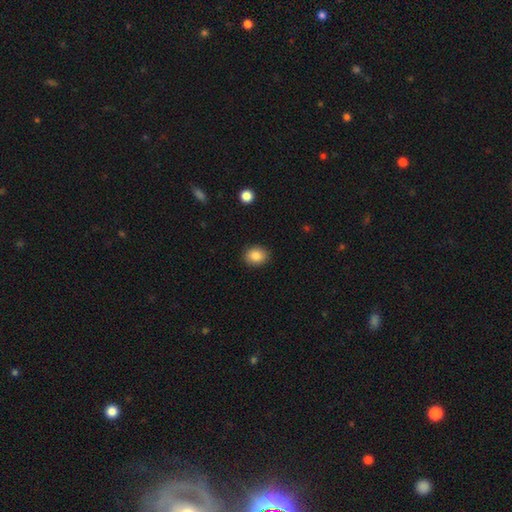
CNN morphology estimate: Overall: smooth (87%). How rounded: round (51%; in between 48%). Merging: none (88%).